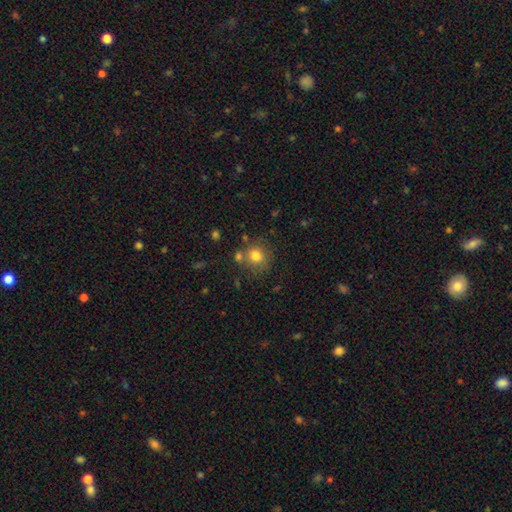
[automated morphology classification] smooth 78%, star or artifact 12%, featured or disk 10%. Down the decision tree: how rounded — round (86%); merging — none (67%).